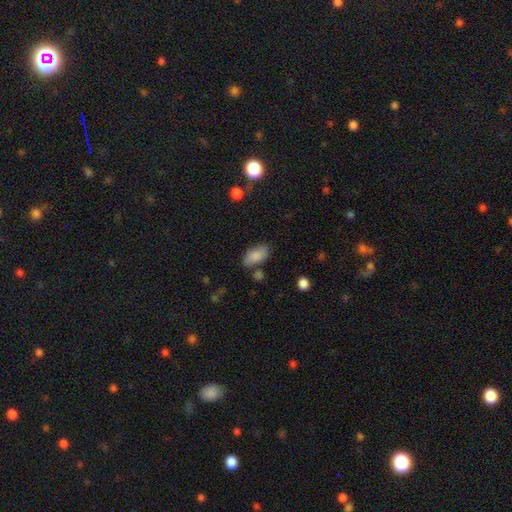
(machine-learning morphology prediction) Smooth or featured? Predicted: smooth (p=0.85). How rounded? Predicted: in between (p=0.94). Merging? Predicted: none (p=0.74).